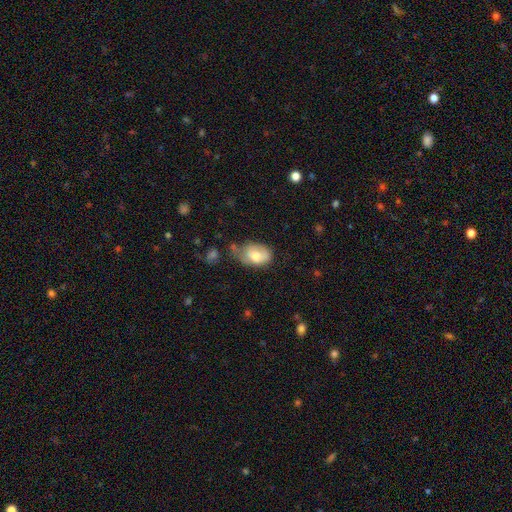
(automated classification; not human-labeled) smooth_or_featured: smooth (p=0.69) [alt: featured or disk p=0.23]
how_rounded: in between (p=0.83) [alt: round p=0.16]
merging: minor disturbance (p=0.38) [alt: none p=0.34]